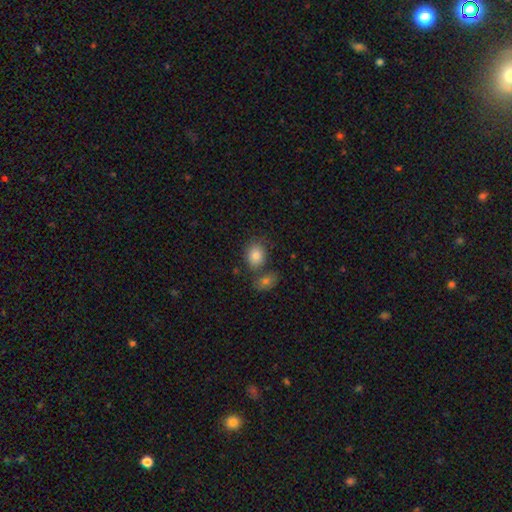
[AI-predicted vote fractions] Morphology: type=smooth (81%); roundness=in between (61%); merging=none (57%).